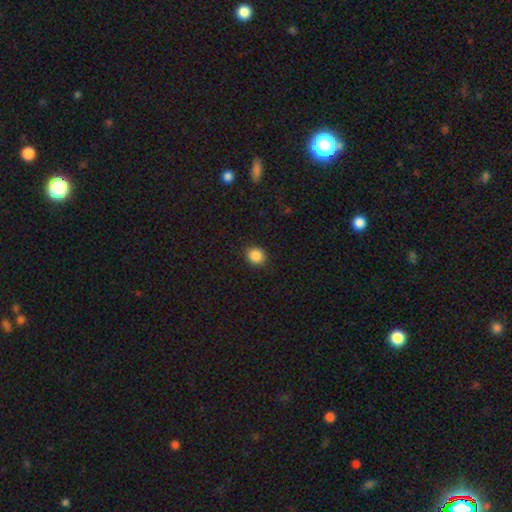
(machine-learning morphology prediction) Overall: smooth (87%). How rounded: round (80%). Merging: none (91%).